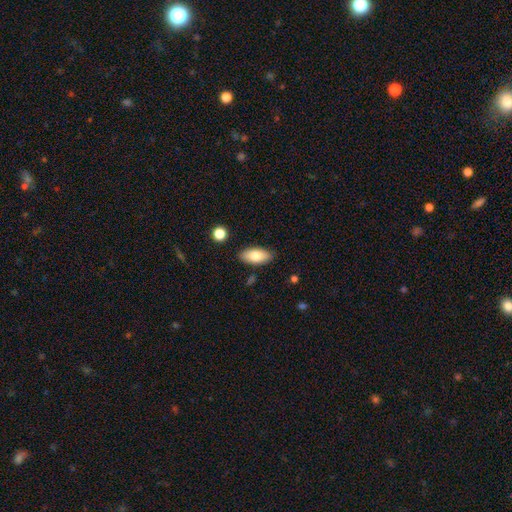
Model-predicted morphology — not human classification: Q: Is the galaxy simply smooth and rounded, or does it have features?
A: smooth — 77%.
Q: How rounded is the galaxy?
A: in between — 90%.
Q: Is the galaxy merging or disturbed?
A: none — 86%.